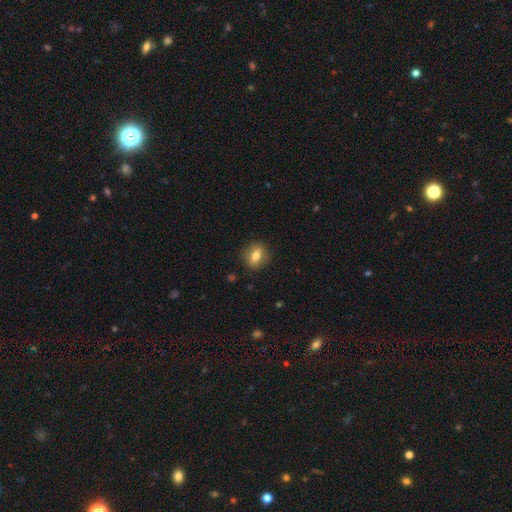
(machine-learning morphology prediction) This is likely a smooth galaxy (69%). How rounded: possibly in between (50%). Merging: clearly none (86%).